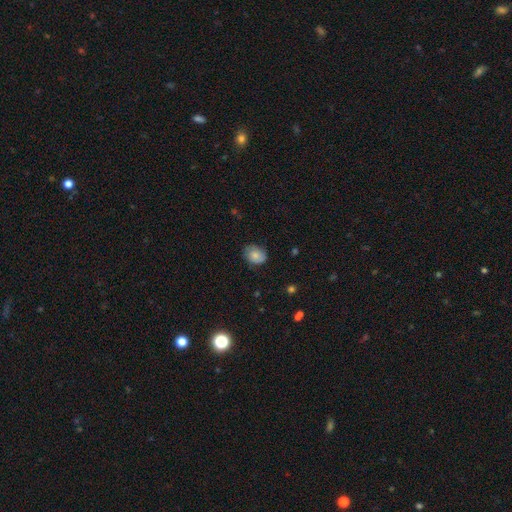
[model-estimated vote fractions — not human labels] A smooth galaxy with no disk features (71%) that is in between round and cigar-shaped (51%). Merging: none (74%).